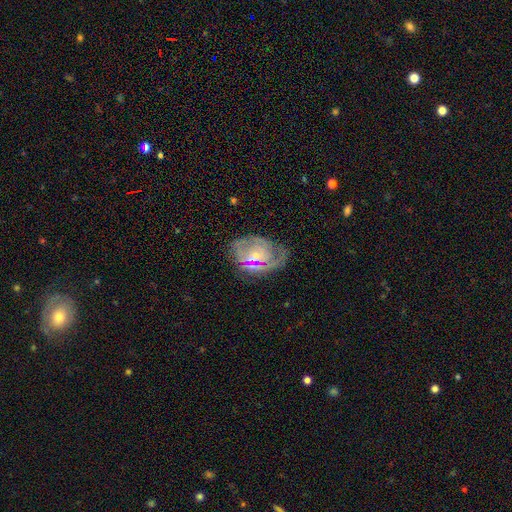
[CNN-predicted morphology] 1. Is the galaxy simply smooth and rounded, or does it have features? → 72% featured or disk, 17% smooth, 11% star or artifact.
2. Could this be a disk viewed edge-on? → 96% no, 4% yes.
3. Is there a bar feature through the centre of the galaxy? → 57% no, 34% weak, 9% strong.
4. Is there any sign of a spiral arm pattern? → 83% yes, 17% no.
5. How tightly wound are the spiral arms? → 51% tight, 36% medium, 13% loose.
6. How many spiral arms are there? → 40% 2, 32% can't tell, 12% 1, 10% 3, 4% 4, 3% more than 4.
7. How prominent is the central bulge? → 56% small, 33% moderate, 7% none, 3% large, 1% dominant.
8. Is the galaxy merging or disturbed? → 60% none, 21% minor disturbance, 15% major disturbance, 4% merger.